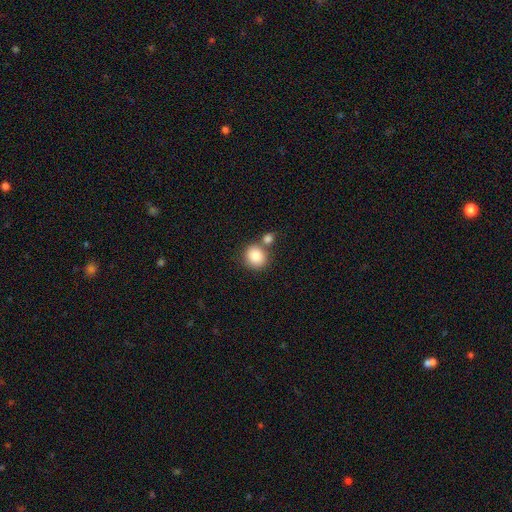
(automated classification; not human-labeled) Q: Smooth or featured?
A: smooth (85%); runner-up: star or artifact (8%)
Q: How rounded?
A: round (85%); runner-up: in between (14%)
Q: Merging?
A: none (59%); runner-up: merger (28%)